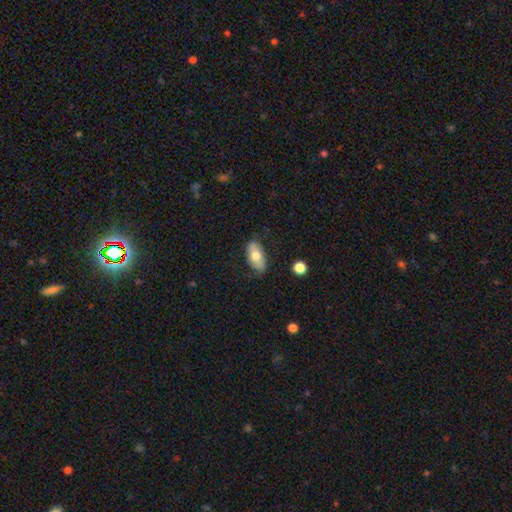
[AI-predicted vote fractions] smooth-or-featured: smooth: 69% | featured or disk: 25% | star or artifact: 7%
  how-rounded: in between: 91% | cigar-shaped: 5% | round: 4%
  merging: none: 77% | minor disturbance: 18% | major disturbance: 4% | merger: 2%